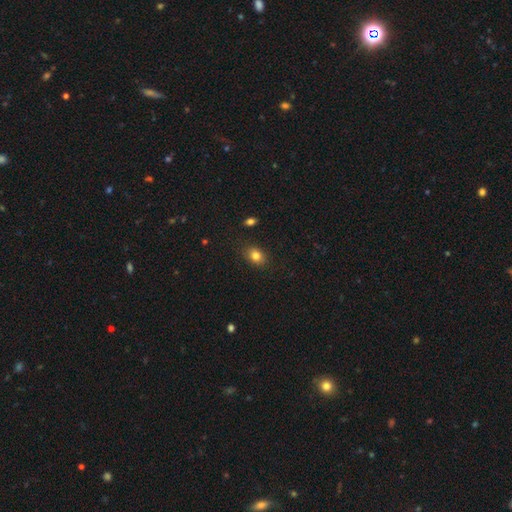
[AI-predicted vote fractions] Smooth or featured? smooth (82%)
How rounded? in between (62%)
Merging? none (86%)